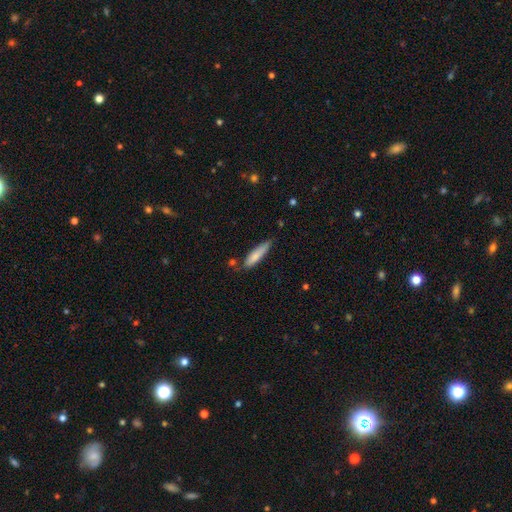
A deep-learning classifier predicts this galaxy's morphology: Smooth or featured? Predicted: smooth (p=0.78). How rounded? Predicted: cigar-shaped (p=0.77). Merging? Predicted: none (p=0.68).